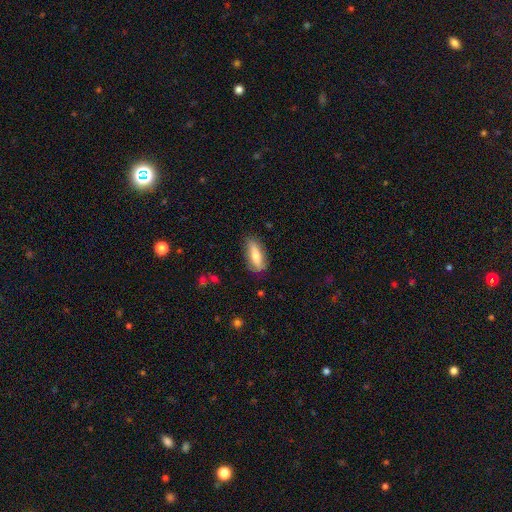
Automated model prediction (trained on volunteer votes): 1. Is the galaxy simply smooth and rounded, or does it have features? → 64% smooth, 30% featured or disk, 6% star or artifact.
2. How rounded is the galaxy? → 59% in between, 38% cigar-shaped, 3% round.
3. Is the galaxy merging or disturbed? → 79% none, 16% minor disturbance, 3% major disturbance, 1% merger.